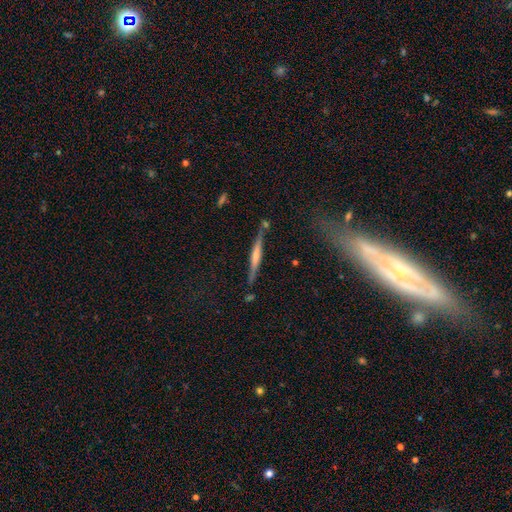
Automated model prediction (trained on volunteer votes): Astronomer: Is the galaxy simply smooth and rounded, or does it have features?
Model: featured or disk — 68%.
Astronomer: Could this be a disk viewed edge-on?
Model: yes — 95%.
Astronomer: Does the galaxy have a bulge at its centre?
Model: rounded — 68%.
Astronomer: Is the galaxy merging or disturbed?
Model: none — 77%.